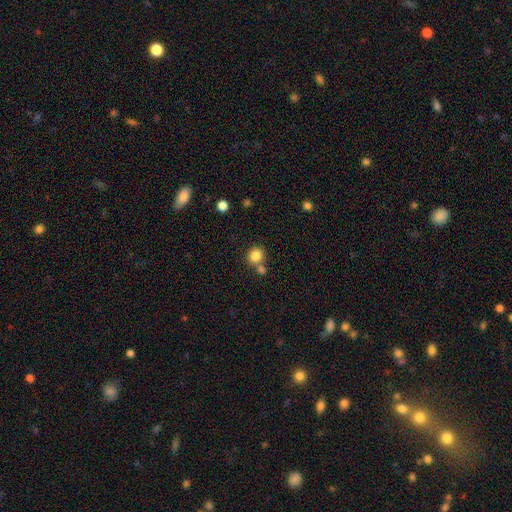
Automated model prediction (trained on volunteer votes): smooth-or-featured: smooth: 83% | star or artifact: 11% | featured or disk: 6%
  how-rounded: round: 82% | in between: 17% | cigar-shaped: 1%
  merging: none: 60% | merger: 27% | minor disturbance: 10% | major disturbance: 3%